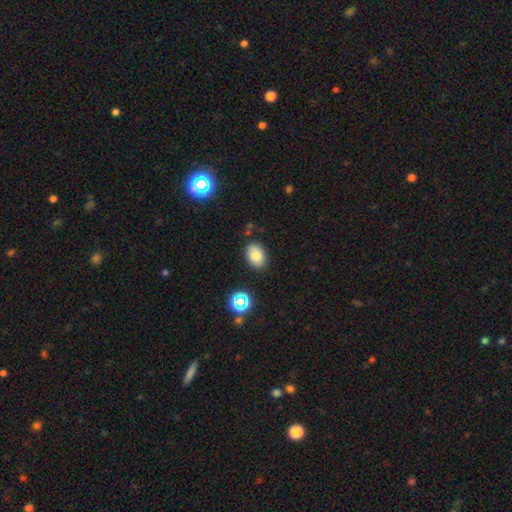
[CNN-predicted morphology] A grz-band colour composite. It shows a smooth galaxy with no disk features (79%) that is in between round and cigar-shaped (82%). Merging: none (83%).